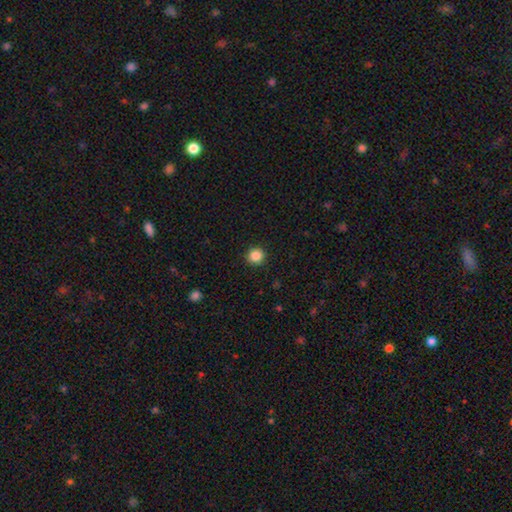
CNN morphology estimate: A smooth galaxy with no disk features (86%) that is round (94%). Merging: none (92%).